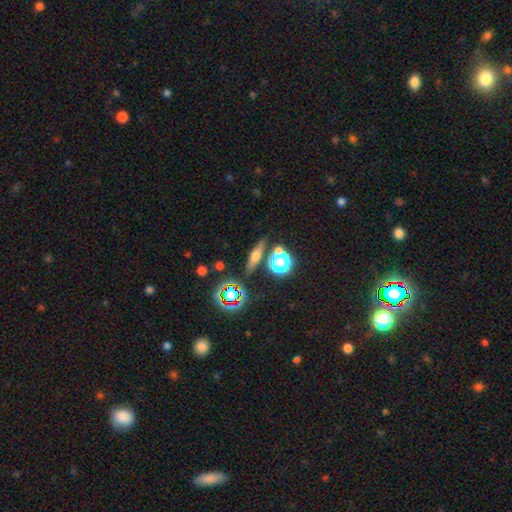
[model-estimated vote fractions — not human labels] A featured or disk galaxy (43%). Merging: none (80%).